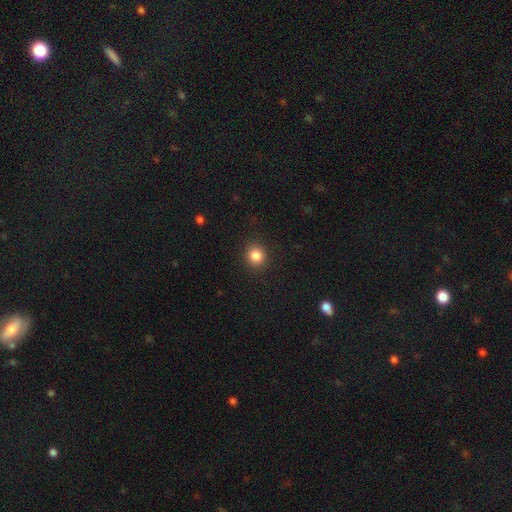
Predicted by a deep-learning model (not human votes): A smooth galaxy with no disk features (85%) that is round (88%). Merging: none (91%).